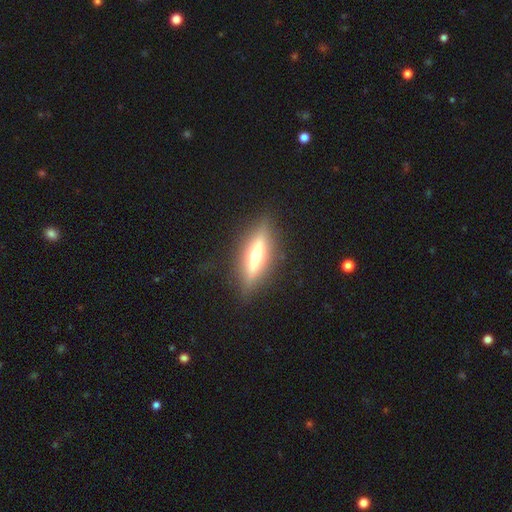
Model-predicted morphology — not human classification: smooth-or-featured: featured or disk: 62% | smooth: 31% | star or artifact: 7%
  disk-edge-on: yes: 91% | no: 9%
    edge-on-bulge: rounded: 91% | none: 5% | boxy: 5%
  merging: none: 87% | minor disturbance: 9% | major disturbance: 3% | merger: 1%